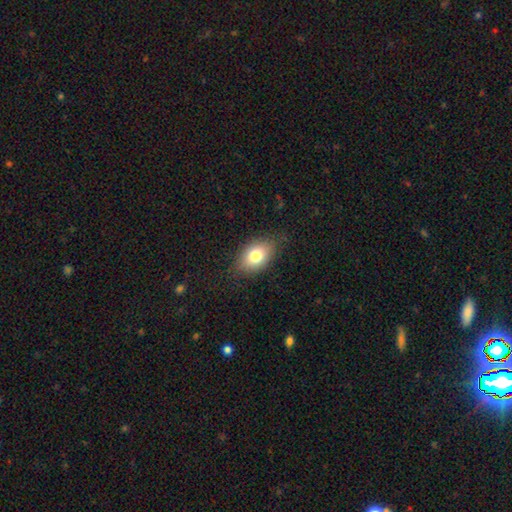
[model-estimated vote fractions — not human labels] This appears to be a smooth galaxy with no disk features (78%) that is in between round and cigar-shaped (85%). Merging: none (80%).